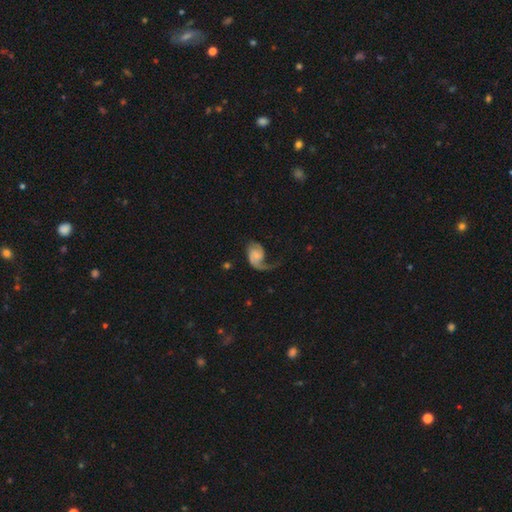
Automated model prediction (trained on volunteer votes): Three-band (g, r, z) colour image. It shows a featured or disk galaxy (75%) with no bar (66%), 2 (48%) loose (55%) spiral arms (93%) and a small central bulge (52%). Merging: major disturbance (40%).